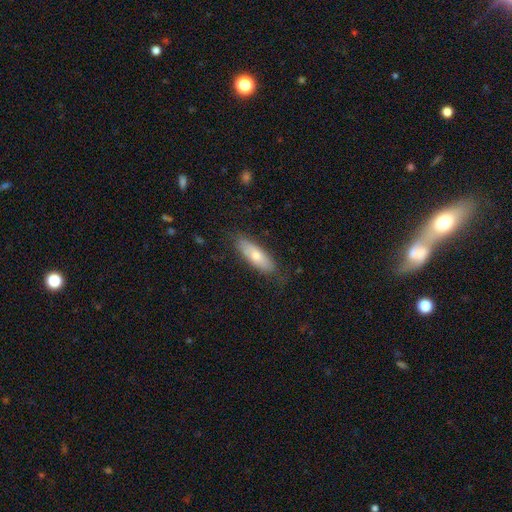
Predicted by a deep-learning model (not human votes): A smooth galaxy with no disk features (65%) that is in between round and cigar-shaped (57%).

Vote fractions:
- Smooth or featured? smooth: 65% / featured or disk: 28% / star or artifact: 6%
- How rounded? in between: 57% / cigar-shaped: 41% / round: 2%
- Merging? none: 78% / minor disturbance: 17% / major disturbance: 4% / merger: 1%